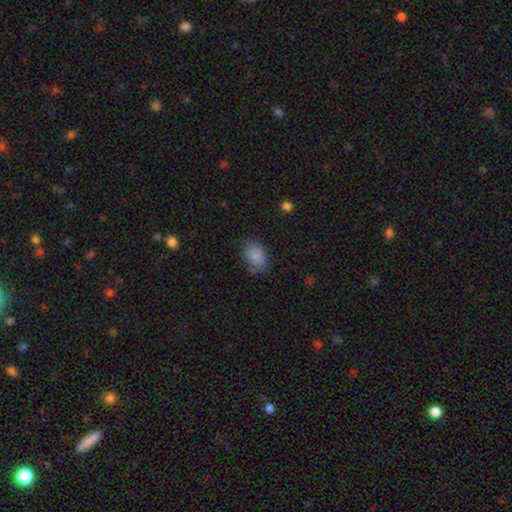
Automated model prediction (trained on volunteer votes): A smooth galaxy with no disk features (85%) that is in between round and cigar-shaped (78%). Merging: none (69%).